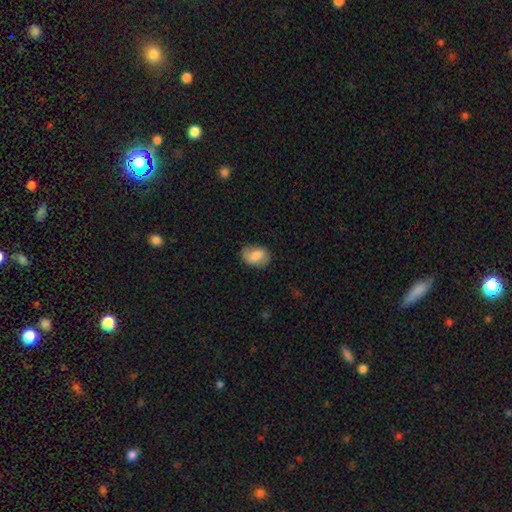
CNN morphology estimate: A smooth galaxy with no disk features (79%) that is in between round and cigar-shaped (74%). Merging: none (73%).